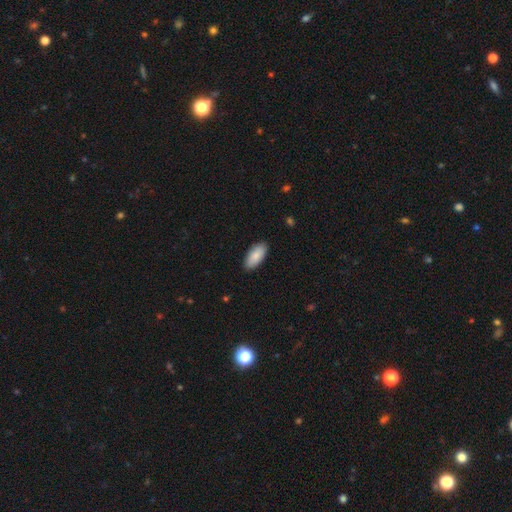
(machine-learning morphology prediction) A smooth galaxy with no disk features (88%) that is in between round and cigar-shaped (90%).

Vote fractions:
- Smooth or featured? smooth: 88% / featured or disk: 6% / star or artifact: 5%
- How rounded? in between: 90% / cigar-shaped: 8% / round: 2%
- Merging? none: 89% / minor disturbance: 8% / major disturbance: 2% / merger: 1%